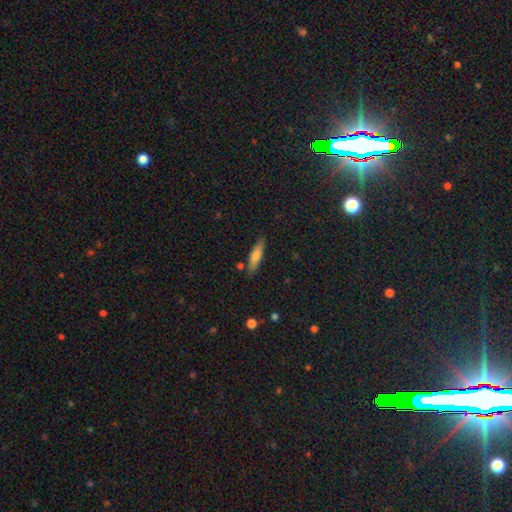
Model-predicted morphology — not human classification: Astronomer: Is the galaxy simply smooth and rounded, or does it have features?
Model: smooth — 71%.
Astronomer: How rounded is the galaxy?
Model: cigar-shaped — 69%.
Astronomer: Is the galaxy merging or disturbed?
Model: none — 82%.